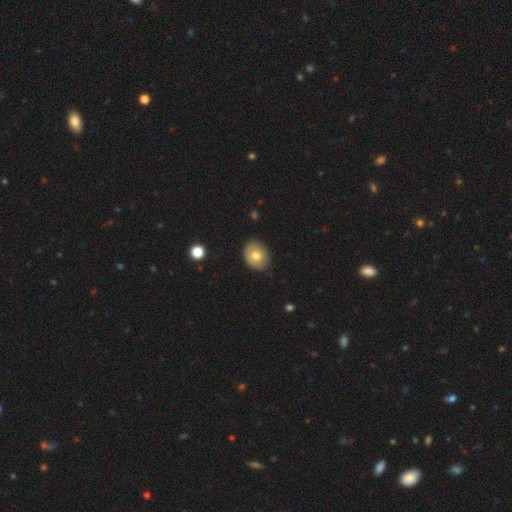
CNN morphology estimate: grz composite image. It shows a smooth galaxy with no disk features (70%) that is in between round and cigar-shaped (51%). Merging: none (82%).